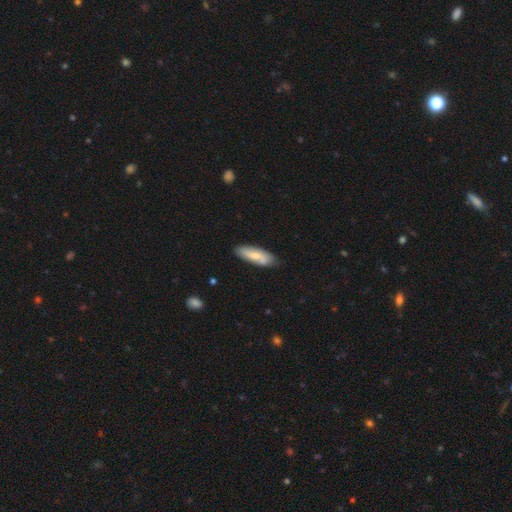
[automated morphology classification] Smooth or featured: smooth — 60% (featured or disk — 34%)
How rounded: in between — 57% (cigar-shaped — 41%)
Merging: none — 77% (minor disturbance — 17%)